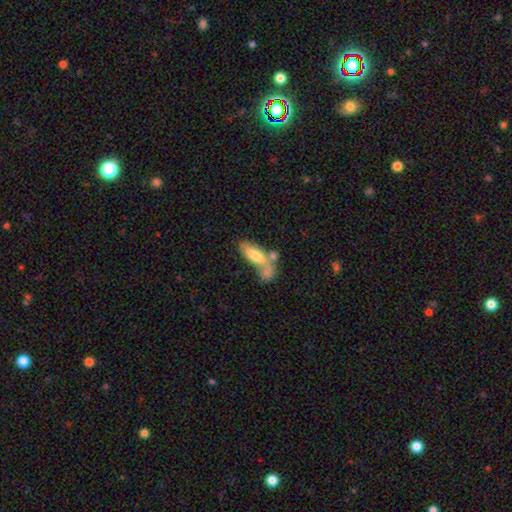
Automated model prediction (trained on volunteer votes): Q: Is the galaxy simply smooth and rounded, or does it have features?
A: smooth — 63%.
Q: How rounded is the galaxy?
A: in between — 64%.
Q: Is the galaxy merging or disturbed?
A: merger — 44%.